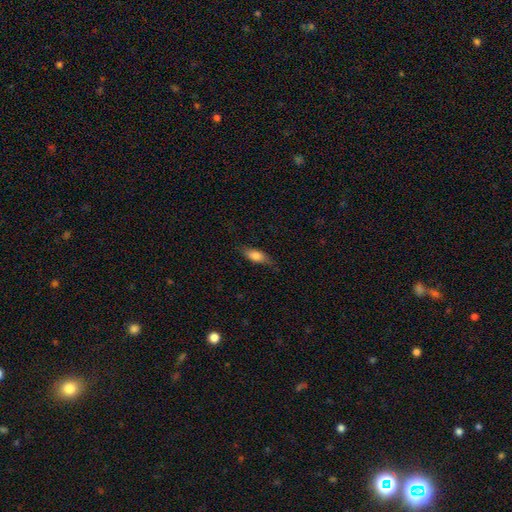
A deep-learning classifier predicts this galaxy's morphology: This appears to be a smooth galaxy with no disk features (76%) that is in between round and cigar-shaped (71%). Merging: none (73%).